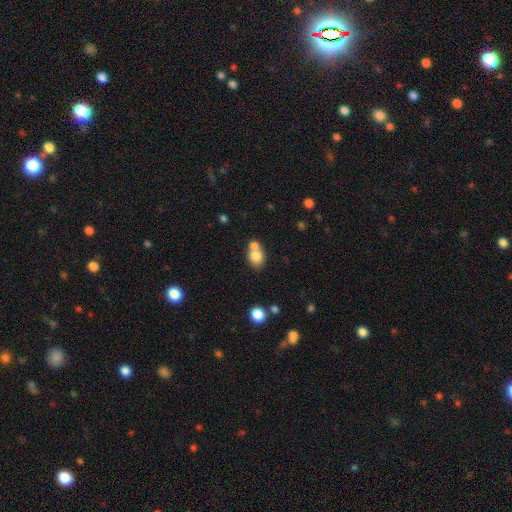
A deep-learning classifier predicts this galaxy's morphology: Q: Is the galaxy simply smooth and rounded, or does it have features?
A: smooth — 79%.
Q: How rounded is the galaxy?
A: in between — 51%.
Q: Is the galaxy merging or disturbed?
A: merger — 47%.